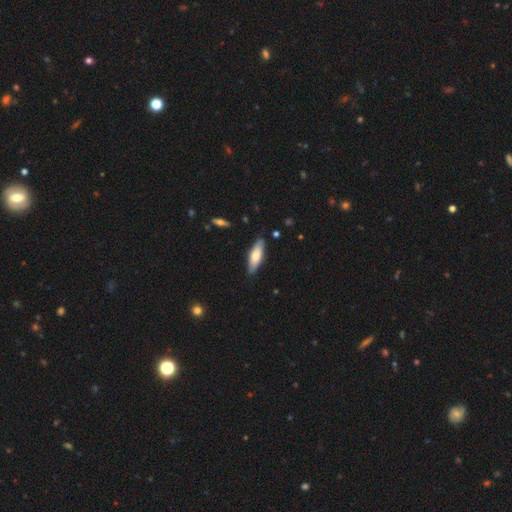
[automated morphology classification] Overall: smooth (66%; featured or disk 28%). How rounded: in between (53%; cigar-shaped 46%). Merging: none (85%).